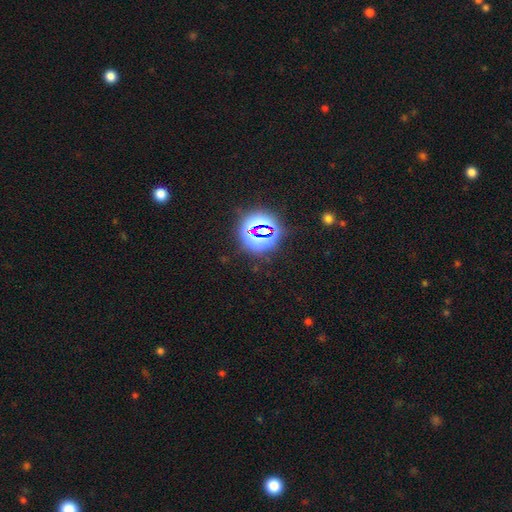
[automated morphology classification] type=star or artifact (84%).